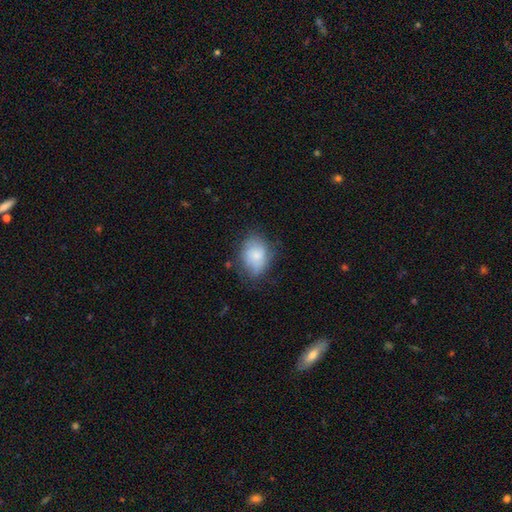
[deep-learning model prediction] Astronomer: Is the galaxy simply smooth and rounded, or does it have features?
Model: smooth — 72%.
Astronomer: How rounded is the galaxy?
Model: in between — 63%.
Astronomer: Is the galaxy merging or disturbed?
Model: none — 60%.